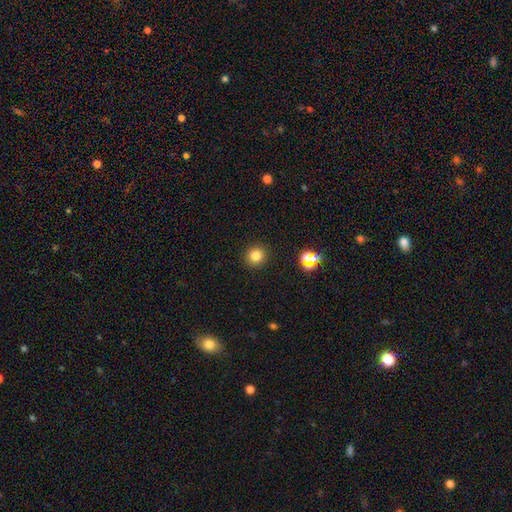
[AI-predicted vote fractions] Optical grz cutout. It shows a smooth galaxy with no disk features (79%) that is round (92%). Merging: none (91%).